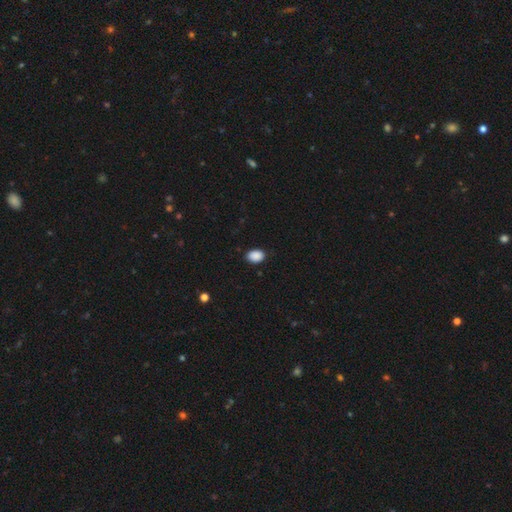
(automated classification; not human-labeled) Q: Smooth or featured?
A: smooth (89%); runner-up: star or artifact (8%)
Q: How rounded?
A: in between (80%); runner-up: round (19%)
Q: Merging?
A: none (86%); runner-up: minor disturbance (11%)